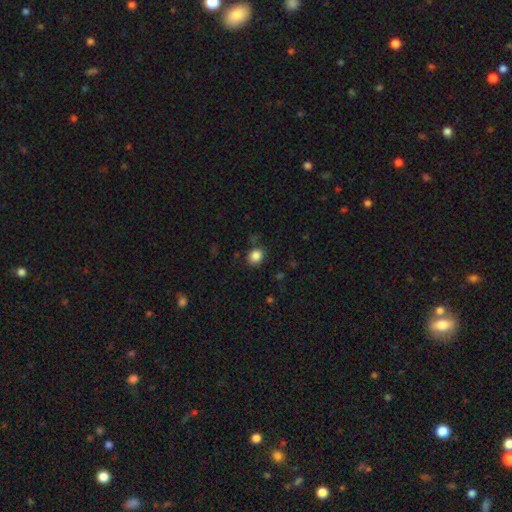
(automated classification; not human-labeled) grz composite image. It shows a smooth galaxy with no disk features (86%) that is round (67%). Merging: none (83%).